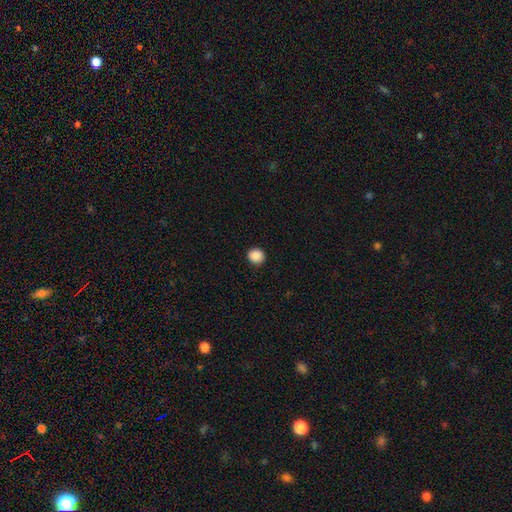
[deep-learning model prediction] Smooth or featured? smooth (89%)
How rounded? round (89%)
Merging? none (92%)